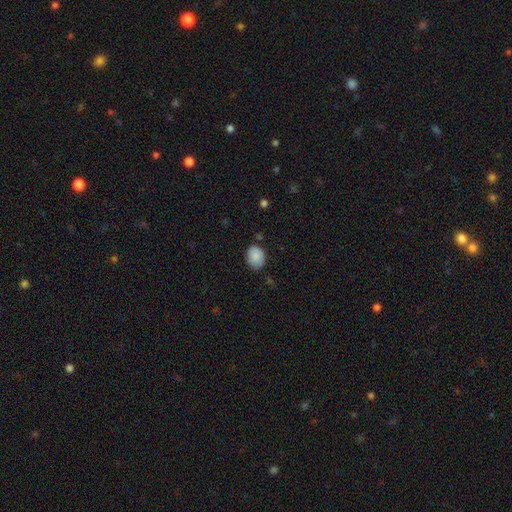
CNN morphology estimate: A smooth galaxy with no disk features (87%) that is in between round and cigar-shaped (61%). Merging: none (70%).